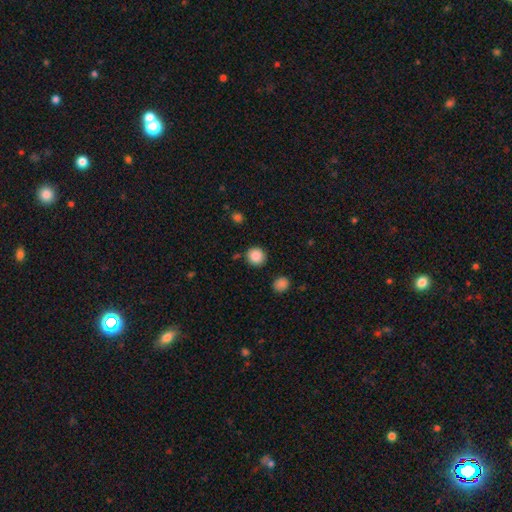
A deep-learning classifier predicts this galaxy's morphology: smooth 87%, star or artifact 9%, featured or disk 3%. Down the decision tree: how rounded — round (92%); merging — none (87%).